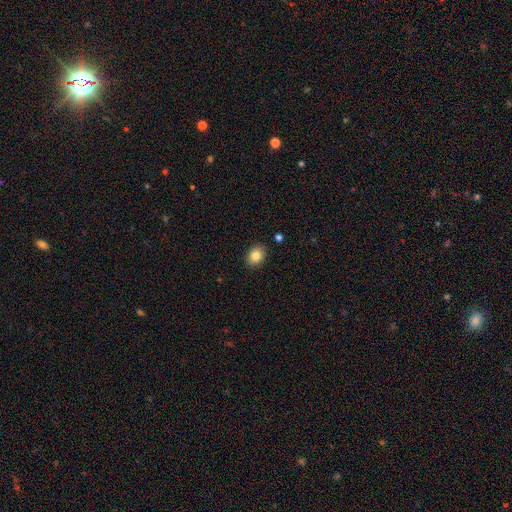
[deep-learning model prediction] smooth 84%, star or artifact 9%, featured or disk 7%. Down the decision tree: how rounded — in between (52%); merging — none (89%).